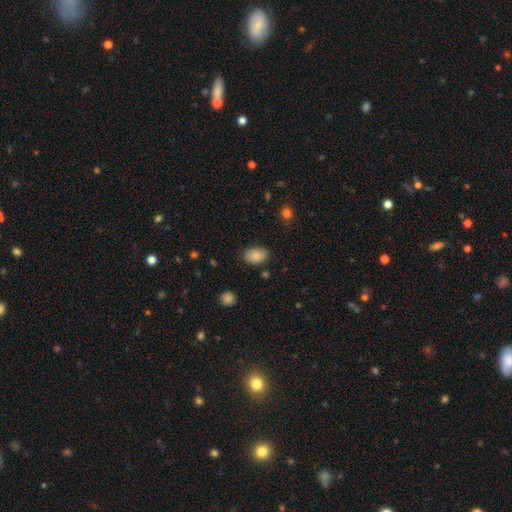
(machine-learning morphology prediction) A smooth galaxy with no disk features (86%) that is in between round and cigar-shaped (87%). Merging: none (85%).